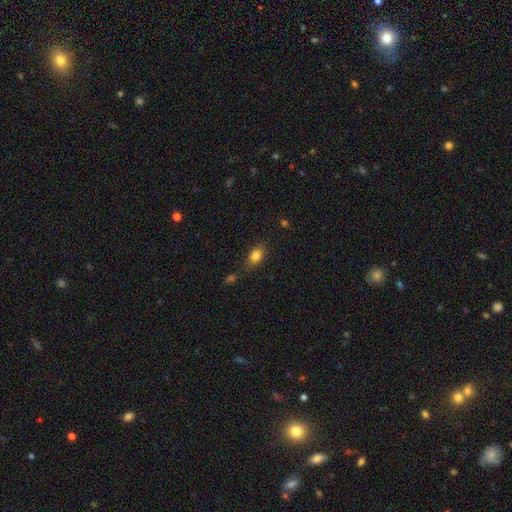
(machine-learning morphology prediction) Q: Smooth or featured?
A: smooth (82%); runner-up: star or artifact (9%)
Q: How rounded?
A: in between (79%); runner-up: round (18%)
Q: Merging?
A: none (73%); runner-up: minor disturbance (17%)